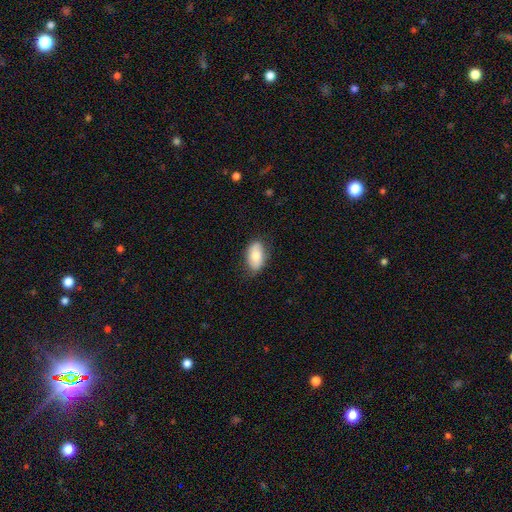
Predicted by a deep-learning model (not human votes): smooth_or_featured: smooth (p=0.77) [alt: featured or disk p=0.17]
how_rounded: in between (p=0.93) [alt: round p=0.05]
merging: none (p=0.77) [alt: minor disturbance p=0.19]